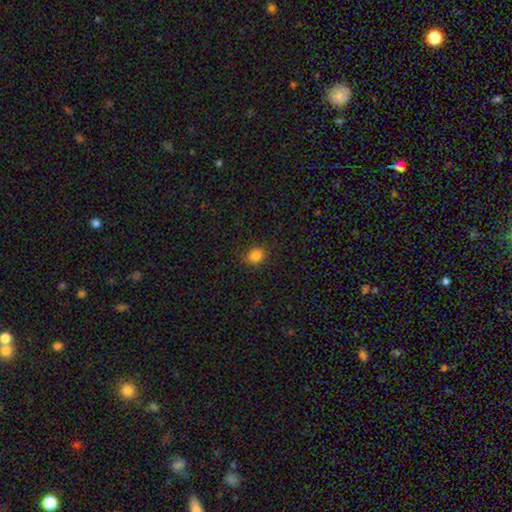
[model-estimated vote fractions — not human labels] This is clearly a smooth galaxy (84%). How rounded: likely round (73%). Merging: clearly none (85%).